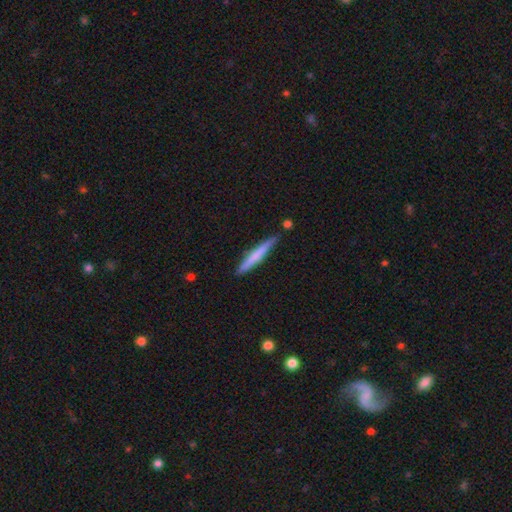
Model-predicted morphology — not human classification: type=smooth (61%); roundness=cigar-shaped (96%); merging=none (84%).